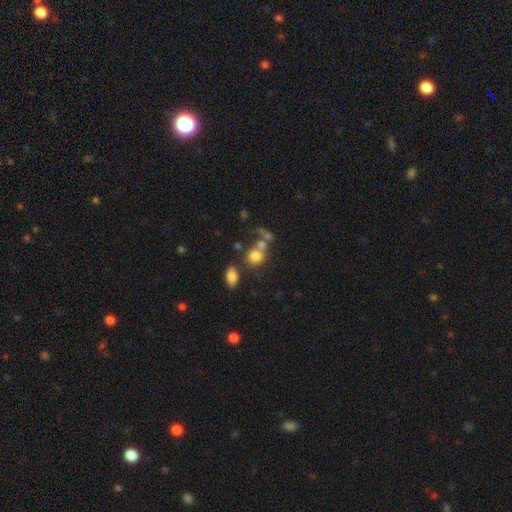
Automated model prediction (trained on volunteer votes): Smooth or featured: smooth — 76% (star or artifact — 12%)
How rounded: round — 70% (in between — 29%)
Merging: none — 44% (merger — 36%)